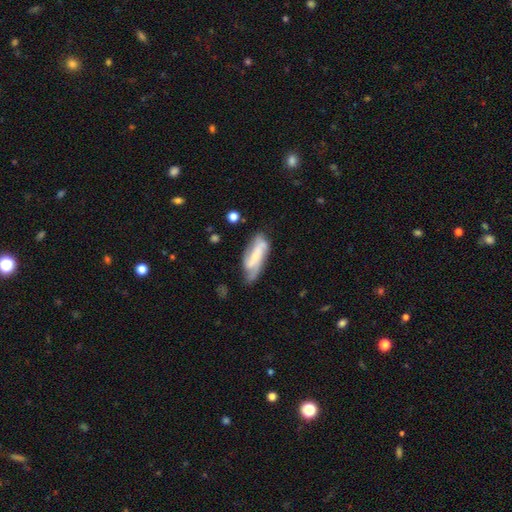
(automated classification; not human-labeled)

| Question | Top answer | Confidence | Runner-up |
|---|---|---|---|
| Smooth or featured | featured or disk | 70% | smooth (24%) |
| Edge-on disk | no | 89% | yes (11%) |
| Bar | no | 34% | weak (33%) |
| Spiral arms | yes | 89% | no (11%) |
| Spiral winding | medium | 42% | loose (33%) |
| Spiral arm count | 2 | 58% | 3 (16%) |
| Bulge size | small | 60% | moderate (28%) |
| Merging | none | 58% | minor disturbance (26%) |